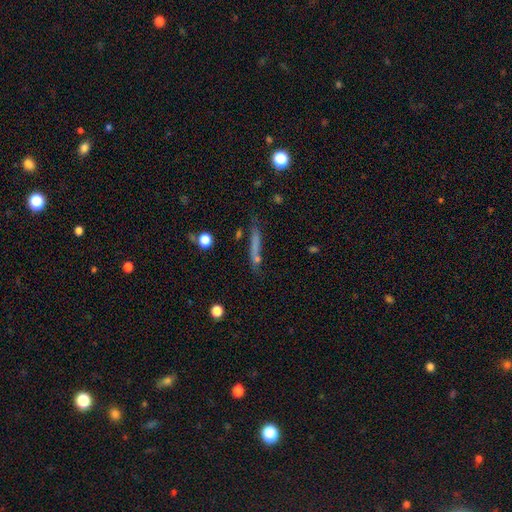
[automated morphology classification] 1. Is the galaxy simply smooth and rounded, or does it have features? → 55% smooth, 32% featured or disk, 13% star or artifact.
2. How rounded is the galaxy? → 91% cigar-shaped, 6% in between, 3% round.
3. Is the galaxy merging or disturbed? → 70% none, 18% minor disturbance, 6% major disturbance, 6% merger.